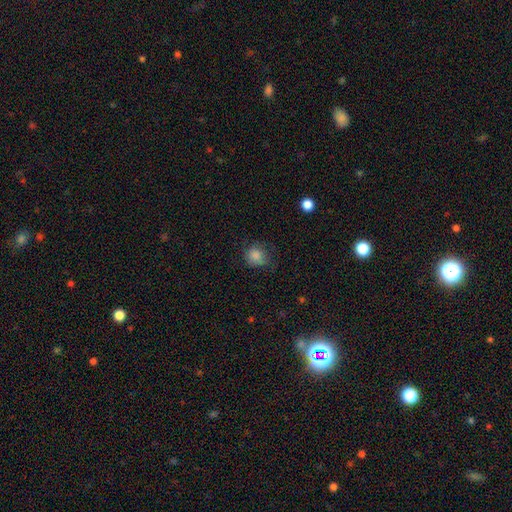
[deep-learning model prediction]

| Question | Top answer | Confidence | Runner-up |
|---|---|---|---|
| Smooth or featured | smooth | 83% | star or artifact (10%) |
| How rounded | round | 78% | in between (21%) |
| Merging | none | 62% | minor disturbance (26%) |